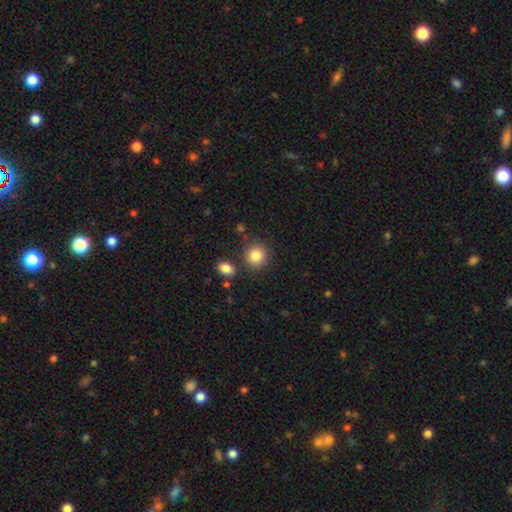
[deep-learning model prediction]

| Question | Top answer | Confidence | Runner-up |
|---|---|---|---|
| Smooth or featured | smooth | 86% | star or artifact (9%) |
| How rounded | round | 88% | in between (11%) |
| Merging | none | 82% | minor disturbance (8%) |